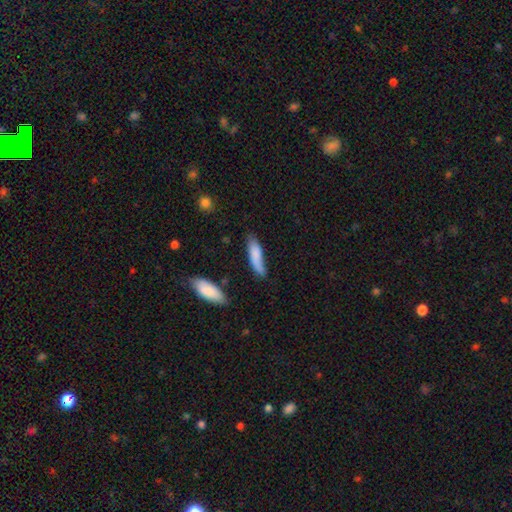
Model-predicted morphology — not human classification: smooth_or_featured: smooth (p=0.79) [alt: featured or disk p=0.15]
how_rounded: cigar-shaped (p=0.59) [alt: in between p=0.39]
merging: none (p=0.52) [alt: minor disturbance p=0.32]